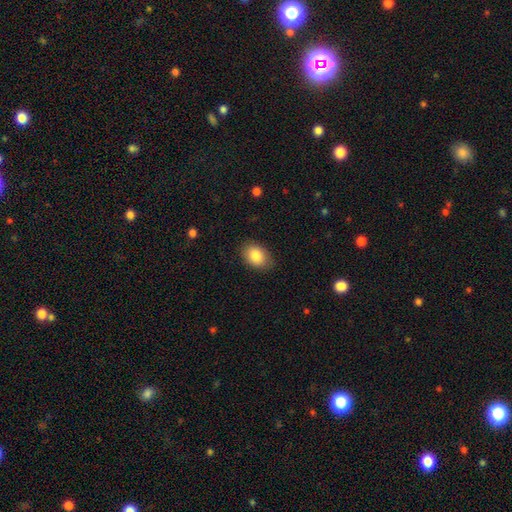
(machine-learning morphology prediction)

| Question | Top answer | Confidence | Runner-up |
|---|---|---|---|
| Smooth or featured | smooth | 86% | star or artifact (8%) |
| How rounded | in between | 77% | round (22%) |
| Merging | none | 84% | minor disturbance (12%) |